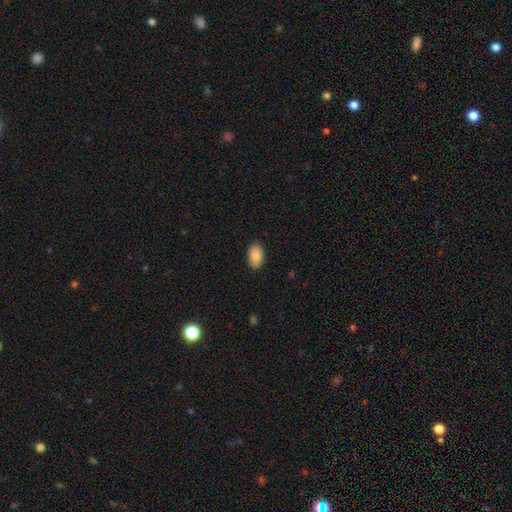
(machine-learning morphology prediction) A smooth galaxy with no disk features (88%) that is in between round and cigar-shaped (92%).

Vote fractions:
- Smooth or featured? smooth: 88% / star or artifact: 7% / featured or disk: 5%
- How rounded? in between: 92% / round: 6% / cigar-shaped: 1%
- Merging? none: 88% / minor disturbance: 9% / major disturbance: 2% / merger: 1%